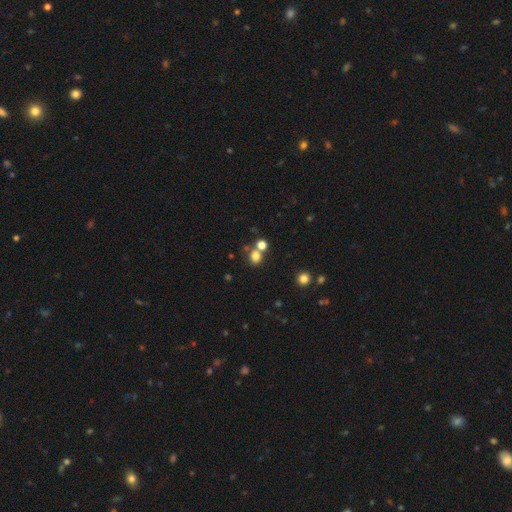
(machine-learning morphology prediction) The model was most divided on "merging": none: 59%, merger: 29%, minor disturbance: 8%, major disturbance: 4%. More confident: how rounded — round (78%); smooth or featured — smooth (76%).